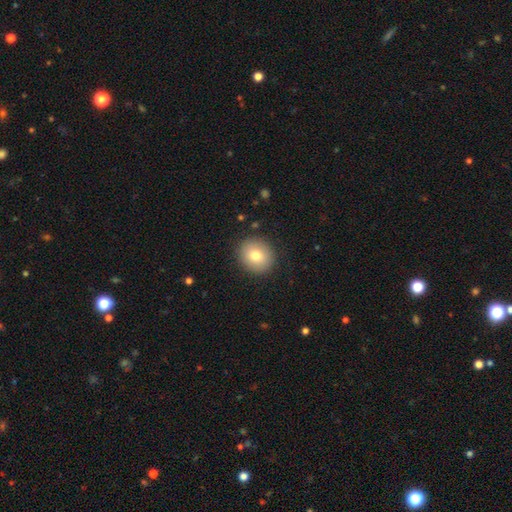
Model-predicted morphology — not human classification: This is likely a smooth galaxy (79%). How rounded: clearly round (82%). Merging: clearly none (90%).